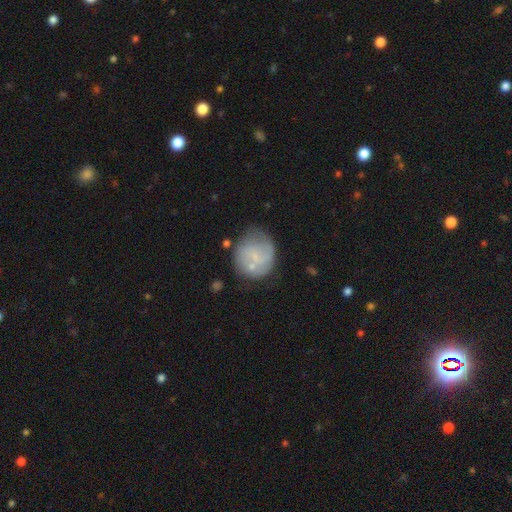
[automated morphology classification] Smooth or featured: smooth — 53% (featured or disk — 38%)
How rounded: round — 81% (in between — 18%)
Merging: none — 52% (minor disturbance — 26%)